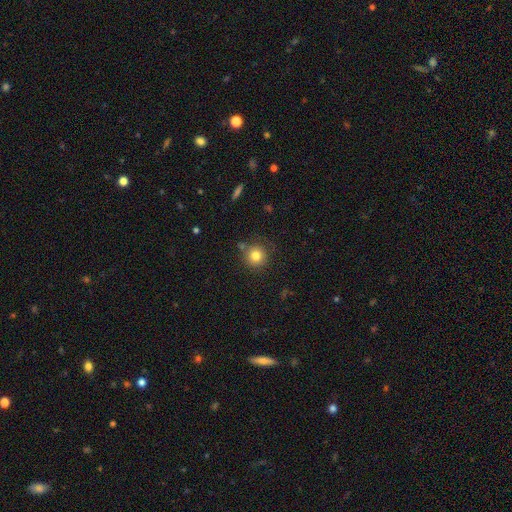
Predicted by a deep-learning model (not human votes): The model was most divided on "smooth or featured": smooth: 80%, star or artifact: 12%, featured or disk: 8%. More confident: how rounded — round (93%); merging — none (80%).